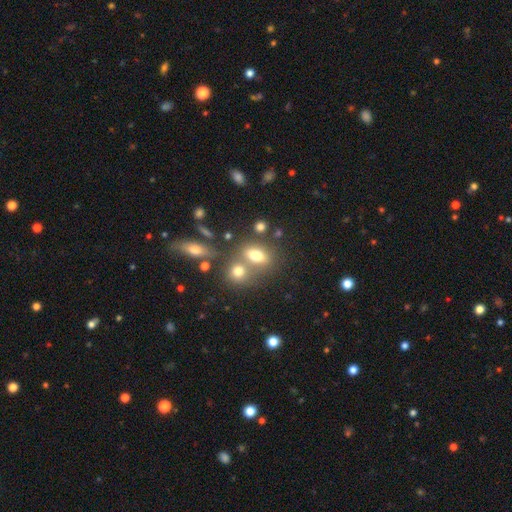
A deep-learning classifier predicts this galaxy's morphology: Smooth or featured? smooth (72%)
How rounded? in between (74%)
Merging? none (44%)